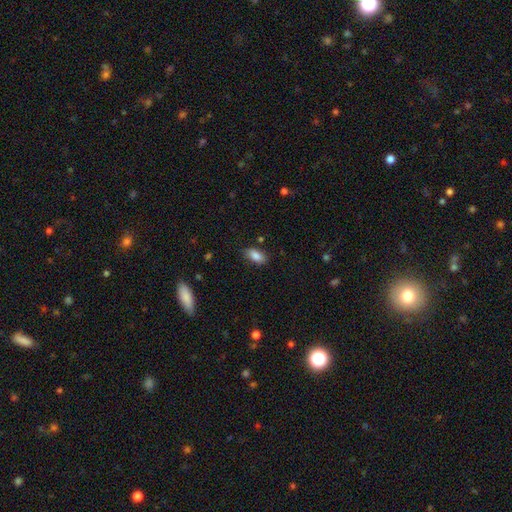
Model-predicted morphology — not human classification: type=smooth (85%); roundness=in between (90%); merging=none (79%).